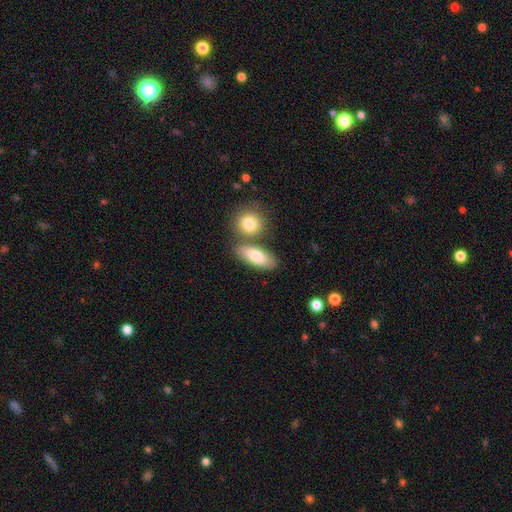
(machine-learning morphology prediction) smooth 79%, featured or disk 15%, star or artifact 6%. Down the decision tree: how rounded — in between (78%); merging — none (64%).